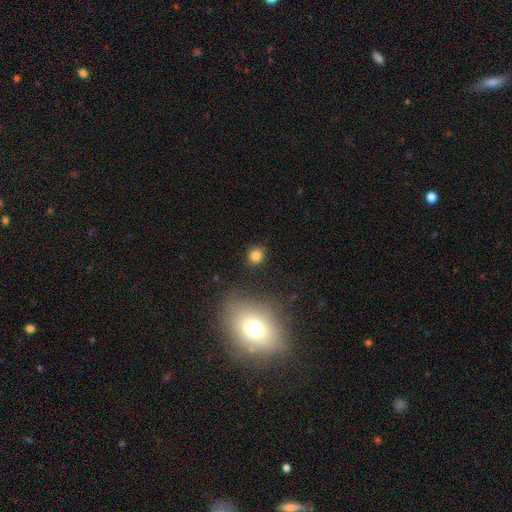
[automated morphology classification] Q: Smooth or featured?
A: smooth (82%); runner-up: star or artifact (13%)
Q: How rounded?
A: round (77%); runner-up: in between (22%)
Q: Merging?
A: none (83%); runner-up: minor disturbance (11%)